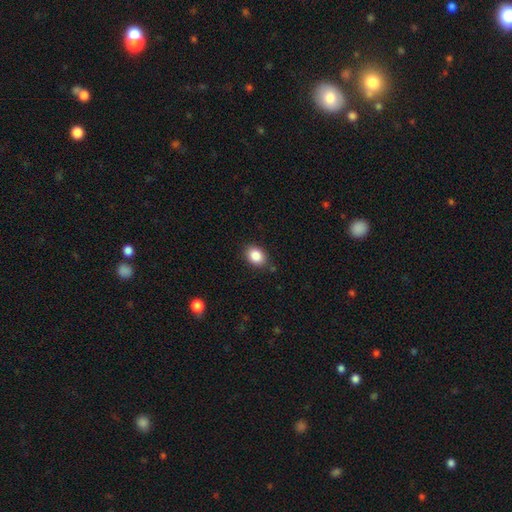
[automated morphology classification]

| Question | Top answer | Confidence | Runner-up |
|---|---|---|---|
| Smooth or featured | smooth | 86% | star or artifact (9%) |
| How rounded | in between | 67% | round (32%) |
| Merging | none | 85% | minor disturbance (11%) |